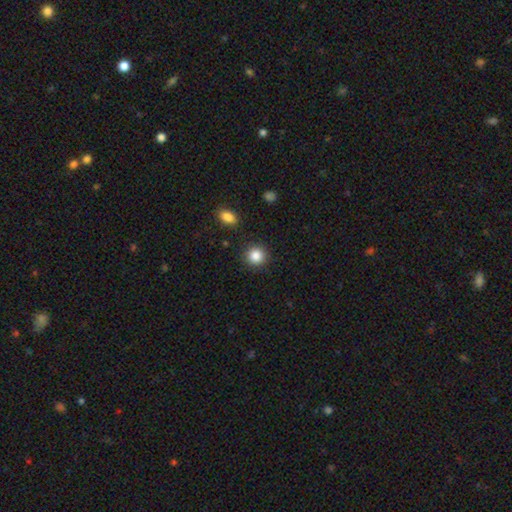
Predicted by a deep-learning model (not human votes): smooth 85%, star or artifact 10%, featured or disk 5%. Down the decision tree: how rounded — round (92%); merging — none (90%).